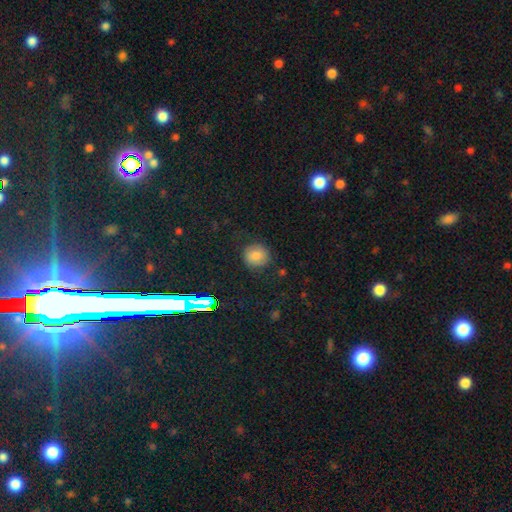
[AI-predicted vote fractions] Smooth or featured? smooth (76%)
How rounded? round (86%)
Merging? none (81%)